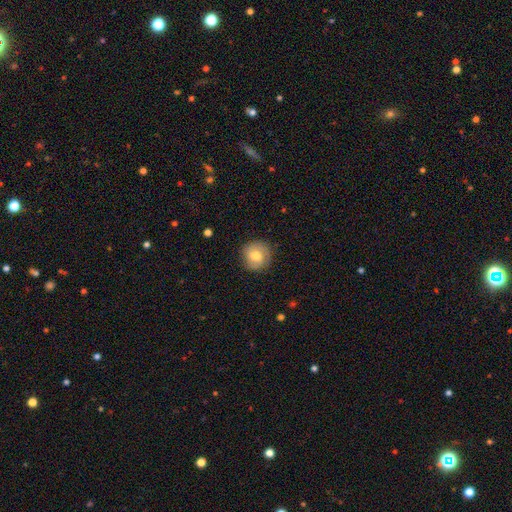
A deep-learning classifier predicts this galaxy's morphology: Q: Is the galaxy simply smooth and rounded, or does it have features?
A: smooth — 64%.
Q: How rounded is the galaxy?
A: round — 88%.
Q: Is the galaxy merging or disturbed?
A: none — 80%.